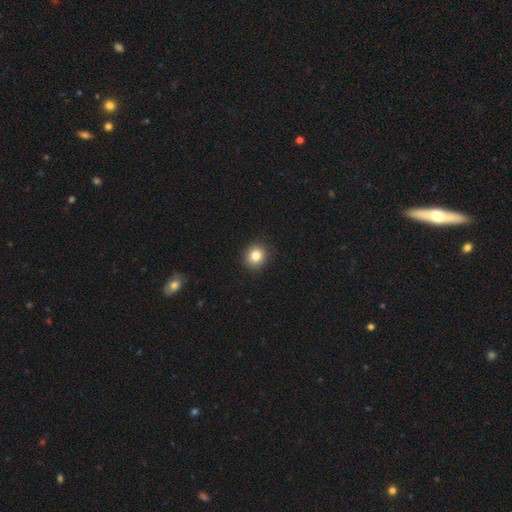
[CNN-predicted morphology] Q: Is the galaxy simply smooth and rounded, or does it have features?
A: smooth — 83%.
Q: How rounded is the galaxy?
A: round — 83%.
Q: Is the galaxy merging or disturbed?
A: none — 92%.